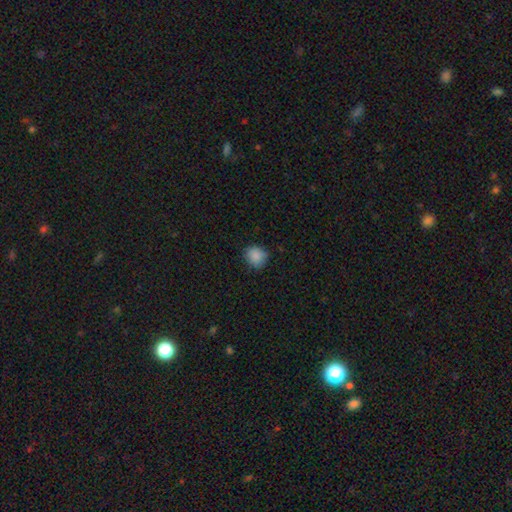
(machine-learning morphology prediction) A smooth galaxy with no disk features (86%) that is round (70%).

Vote fractions:
- Smooth or featured? smooth: 86% / star or artifact: 10% / featured or disk: 4%
- How rounded? round: 70% / in between: 29% / cigar-shaped: 1%
- Merging? none: 77% / minor disturbance: 19% / major disturbance: 4% / merger: 1%